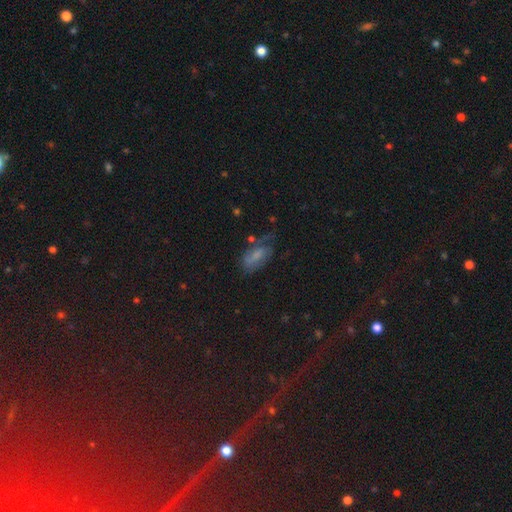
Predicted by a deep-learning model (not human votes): Smooth or featured: smooth — 52% (featured or disk — 36%)
How rounded: in between — 86% (cigar-shaped — 9%)
Merging: none — 45% (minor disturbance — 28%)